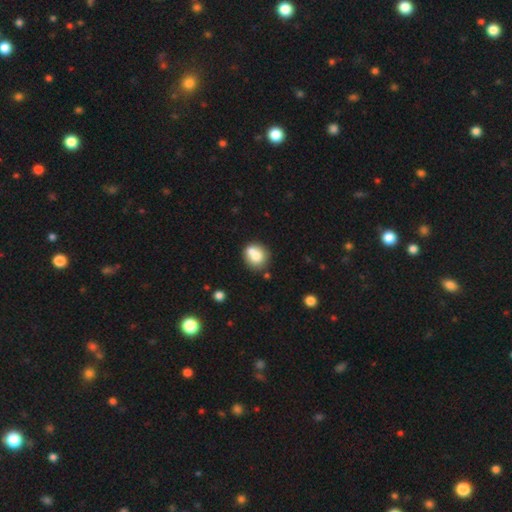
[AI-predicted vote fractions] This appears to be a smooth galaxy with no disk features (72%) that is round (74%). Merging: none (45%).